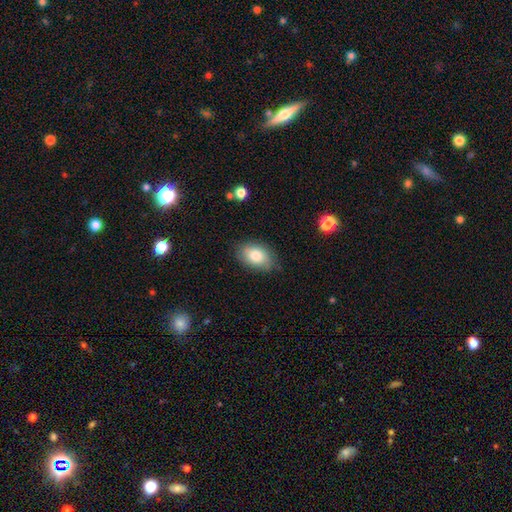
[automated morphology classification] Smooth or featured?
  - smooth: 81% *
  - featured or disk: 12%
  - star or artifact: 7%
How rounded?
  - in between: 87% *
  - round: 12%
  - cigar-shaped: 1%
Merging?
  - none: 79% *
  - minor disturbance: 17%
  - major disturbance: 3%
  - merger: 1%